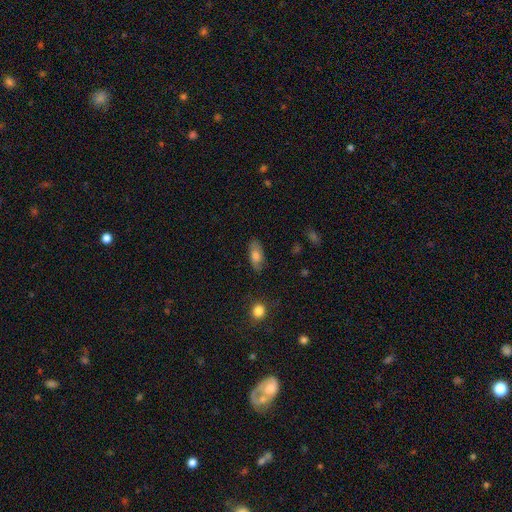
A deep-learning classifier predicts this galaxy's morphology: Smooth or featured: smooth — 74% (featured or disk — 19%)
How rounded: in between — 84% (cigar-shaped — 12%)
Merging: none — 80% (minor disturbance — 15%)